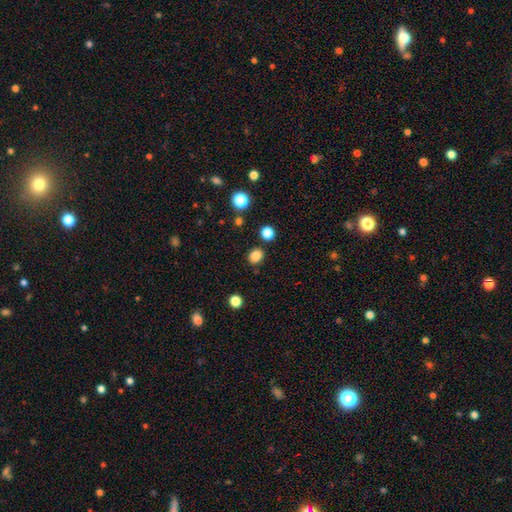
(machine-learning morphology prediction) smooth-or-featured: smooth: 84% | star or artifact: 12% | featured or disk: 4%
  how-rounded: round: 67% | in between: 32% | cigar-shaped: 1%
  merging: none: 87% | minor disturbance: 8% | merger: 3% | major disturbance: 2%